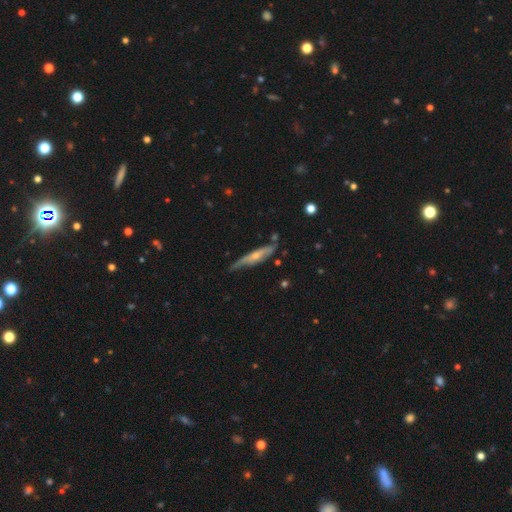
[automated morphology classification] Smooth or featured? Predicted: featured or disk (p=0.59). Edge-on disk? Predicted: yes (p=0.74). Merging? Predicted: none (p=0.58).